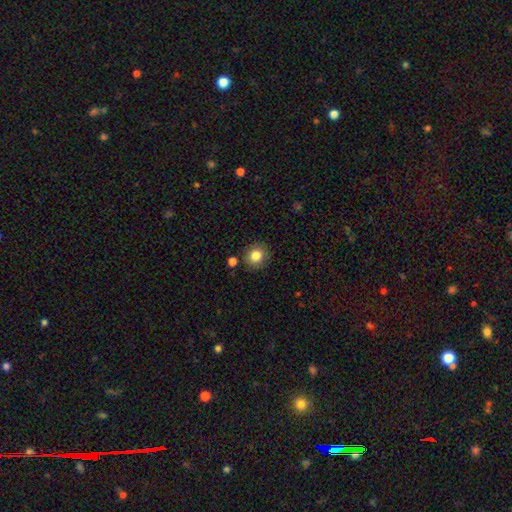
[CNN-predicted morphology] A smooth galaxy with no disk features (84%) that is round (80%). Merging: none (86%).